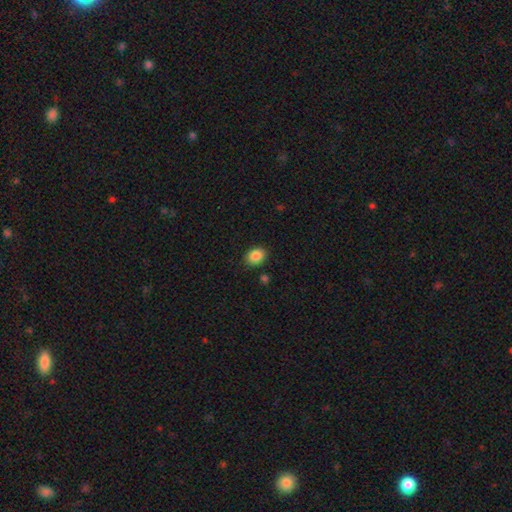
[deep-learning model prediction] Q: Smooth or featured?
A: smooth (88%); runner-up: star or artifact (8%)
Q: How rounded?
A: in between (65%); runner-up: round (34%)
Q: Merging?
A: none (86%); runner-up: minor disturbance (9%)